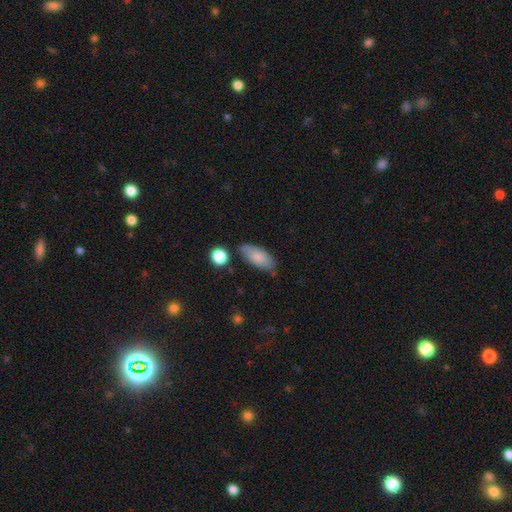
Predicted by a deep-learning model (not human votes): A smooth galaxy with no disk features (81%) that is in between round and cigar-shaped (88%).

Vote fractions:
- Smooth or featured? smooth: 81% / featured or disk: 13% / star or artifact: 6%
- How rounded? in between: 88% / cigar-shaped: 10% / round: 3%
- Merging? none: 69% / minor disturbance: 21% / merger: 6% / major disturbance: 5%